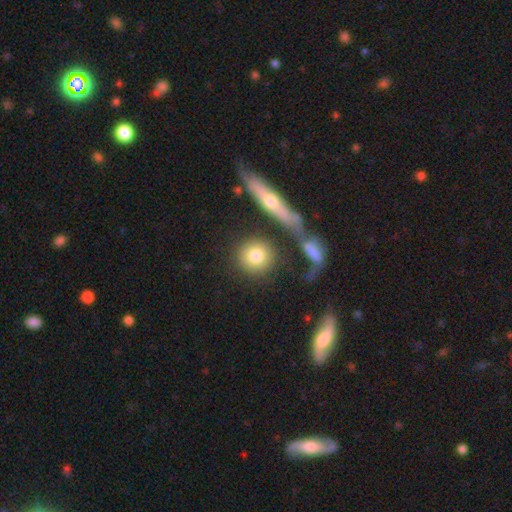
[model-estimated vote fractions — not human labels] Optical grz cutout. It shows a smooth galaxy with no disk features (77%) that is round (85%). Merging: none (70%).